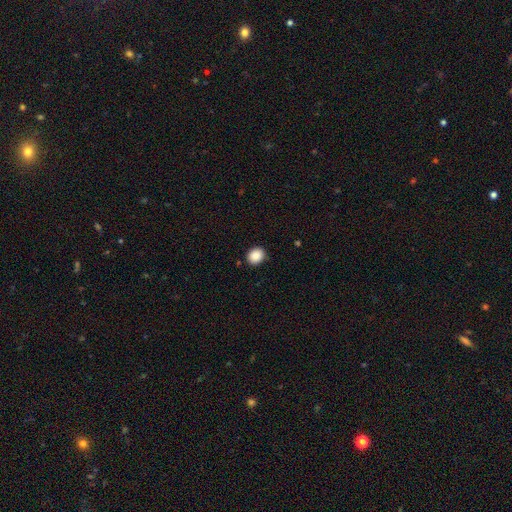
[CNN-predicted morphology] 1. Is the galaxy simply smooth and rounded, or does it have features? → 88% smooth, 9% star or artifact, 3% featured or disk.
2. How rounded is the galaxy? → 72% round, 27% in between, 1% cigar-shaped.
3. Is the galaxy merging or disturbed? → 90% none, 7% minor disturbance, 2% major disturbance, 1% merger.